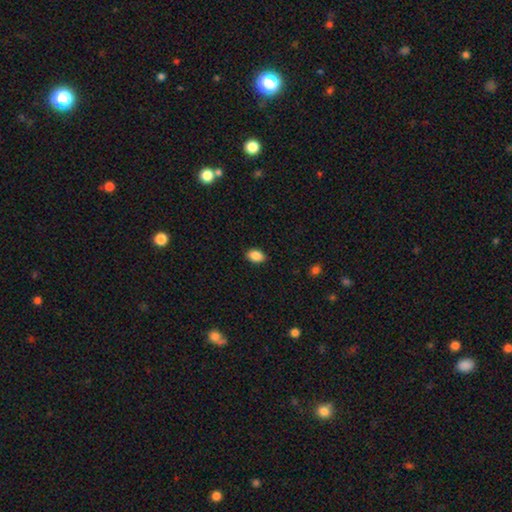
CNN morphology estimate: Smooth or featured?
  - smooth: 88% *
  - star or artifact: 8%
  - featured or disk: 4%
How rounded?
  - in between: 85% *
  - round: 13%
  - cigar-shaped: 1%
Merging?
  - none: 88% *
  - minor disturbance: 9%
  - major disturbance: 2%
  - merger: 1%